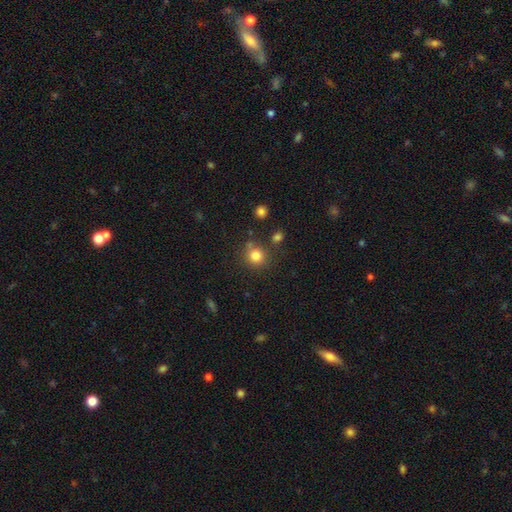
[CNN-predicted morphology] Smooth or featured?
  - smooth: 82% *
  - star or artifact: 12%
  - featured or disk: 6%
How rounded?
  - round: 88% *
  - in between: 11%
  - cigar-shaped: 1%
Merging?
  - none: 75% *
  - minor disturbance: 13%
  - merger: 8%
  - major disturbance: 4%